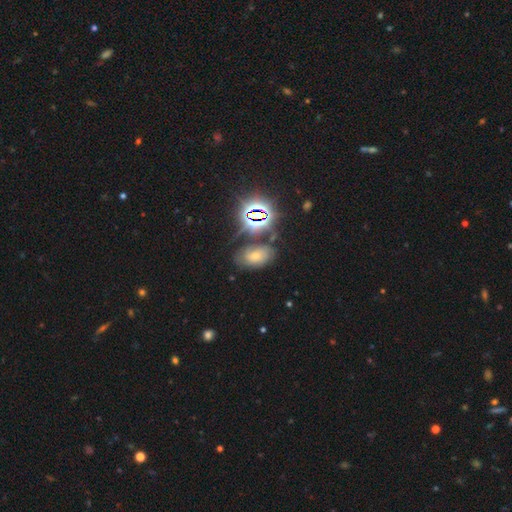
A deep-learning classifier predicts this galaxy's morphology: Overall: smooth (36%, tied with star or artifact). Merging: none (65%).